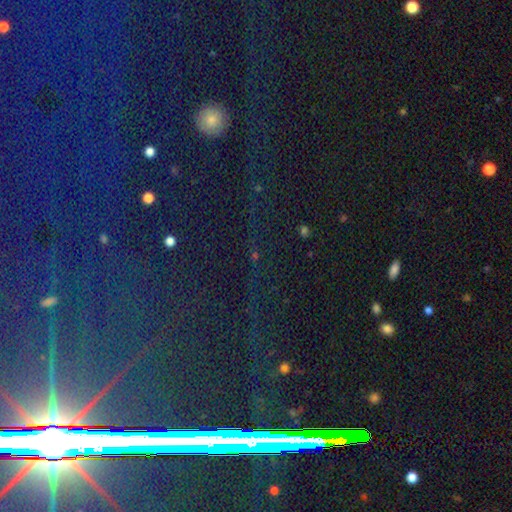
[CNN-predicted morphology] A star or artifact, not a galaxy (80%).